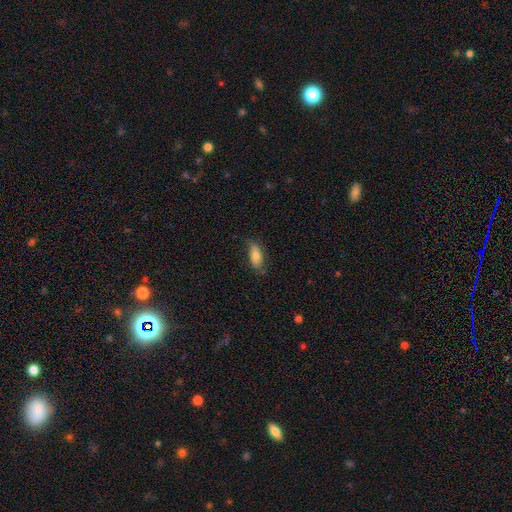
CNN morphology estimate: Smooth or featured?
  - smooth: 76% *
  - featured or disk: 17%
  - star or artifact: 7%
How rounded?
  - in between: 80% *
  - cigar-shaped: 17%
  - round: 3%
Merging?
  - none: 72% *
  - minor disturbance: 22%
  - major disturbance: 5%
  - merger: 1%